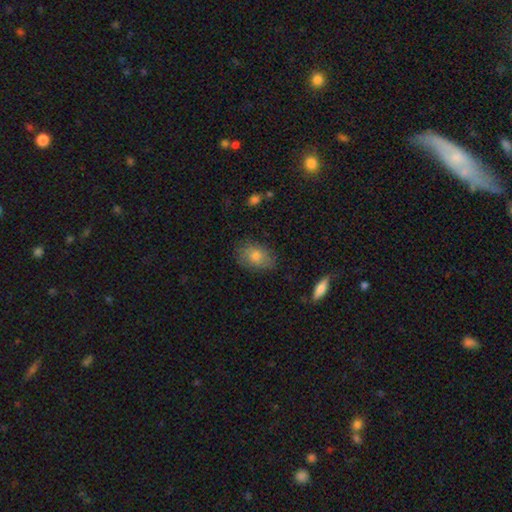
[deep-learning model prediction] This is likely a smooth galaxy (77%). How rounded: clearly in between (82%). Merging: likely none (78%).